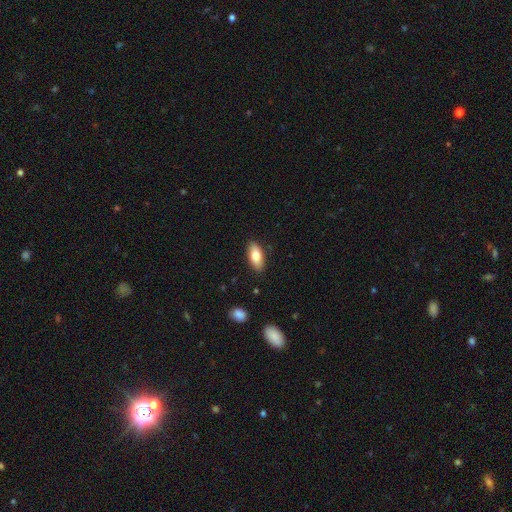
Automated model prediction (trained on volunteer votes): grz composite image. It shows a smooth galaxy with no disk features (78%) that is in between round and cigar-shaped (87%). Merging: none (88%).